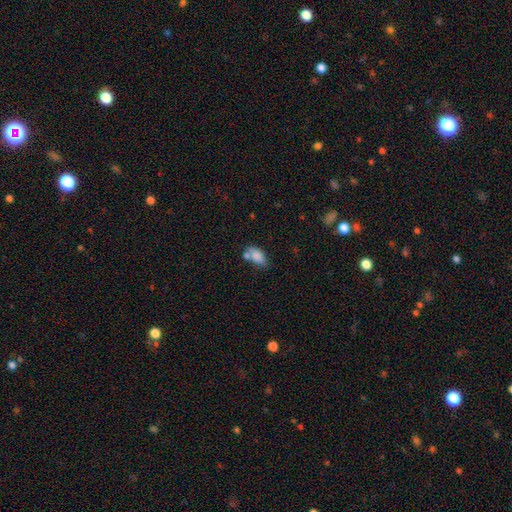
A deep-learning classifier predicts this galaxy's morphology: Overall: smooth (83%). How rounded: in between (90%). Merging: none (49%; merger 26%).